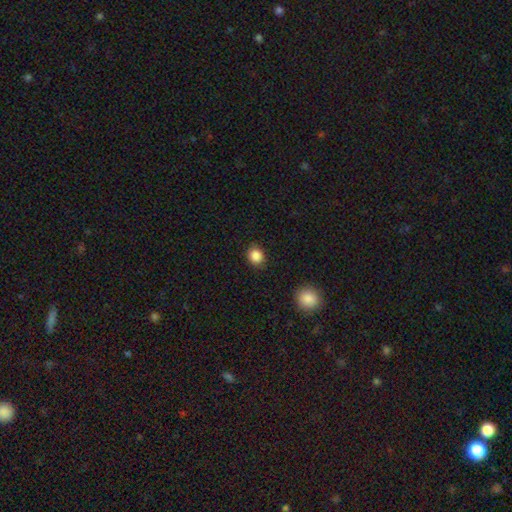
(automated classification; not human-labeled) Smooth or featured: smooth — 87% (star or artifact — 10%)
How rounded: round — 74% (in between — 25%)
Merging: none — 88% (minor disturbance — 8%)